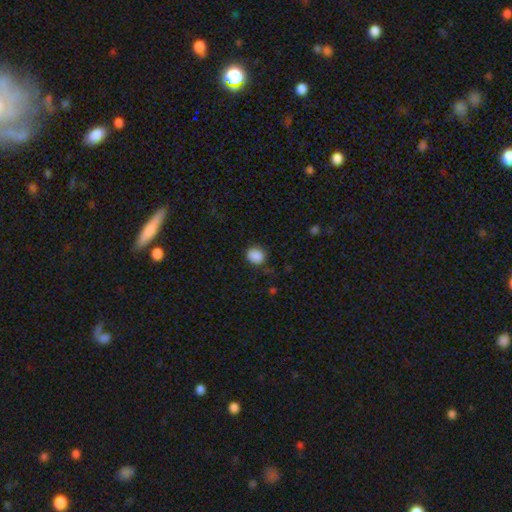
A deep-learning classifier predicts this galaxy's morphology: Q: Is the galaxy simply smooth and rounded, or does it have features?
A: smooth — 87%.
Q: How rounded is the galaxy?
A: round — 76%.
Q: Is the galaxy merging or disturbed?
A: none — 77%.